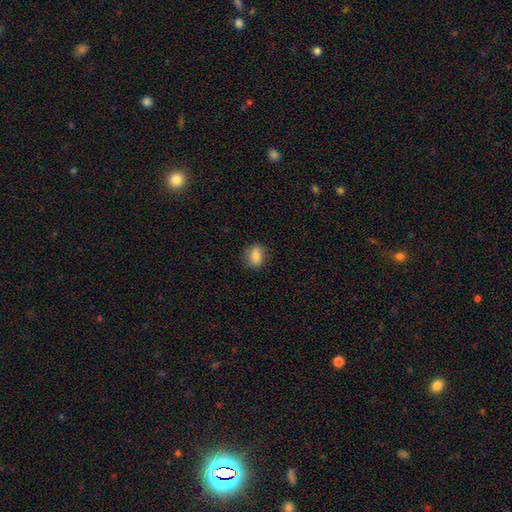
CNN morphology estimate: smooth_or_featured: smooth (p=0.82) [alt: featured or disk p=0.09]
how_rounded: in between (p=0.50) [alt: round p=0.48]
merging: none (p=0.82) [alt: minor disturbance p=0.13]